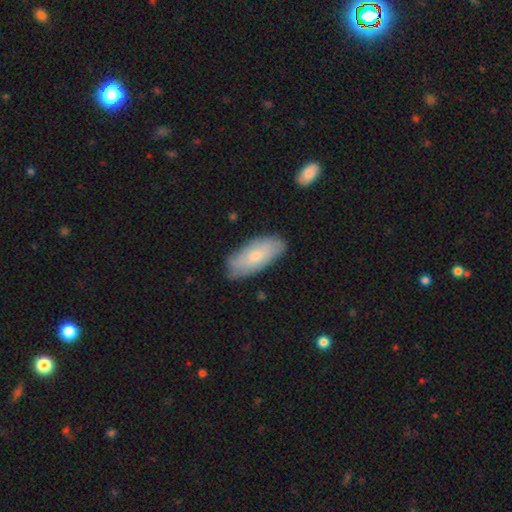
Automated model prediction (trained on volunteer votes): This appears to be a smooth galaxy with no disk features (65%) that is in between round and cigar-shaped (87%). Merging: none (76%).